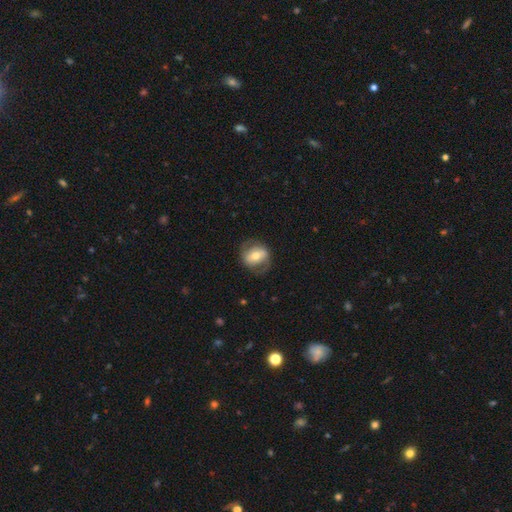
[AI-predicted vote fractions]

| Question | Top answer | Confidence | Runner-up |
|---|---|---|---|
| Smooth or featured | featured or disk | 51% | smooth (42%) |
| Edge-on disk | no | 94% | yes (6%) |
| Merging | none | 72% | minor disturbance (17%) |